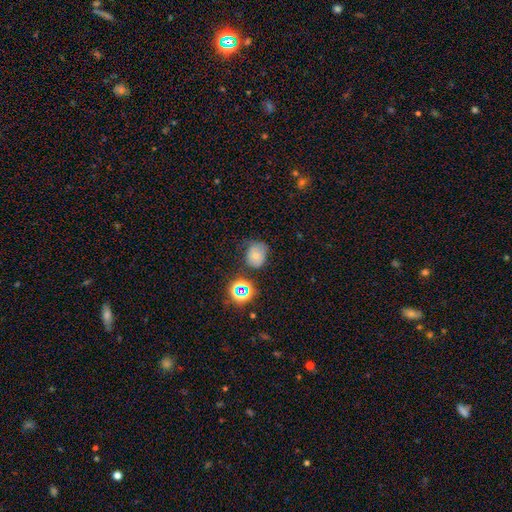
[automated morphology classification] Smooth or featured? smooth (64%)
How rounded? round (59%)
Merging? none (49%)